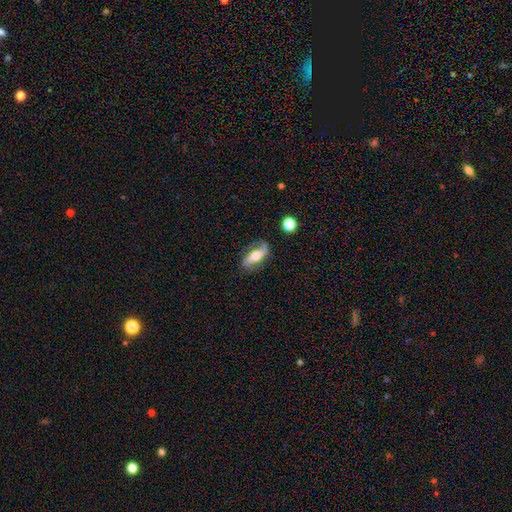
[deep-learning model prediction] Morphology: type=featured or disk (69%); edge-on=no (83%); bar=no (40%); spiral arms=yes (87%); bulge=moderate (65%); merging=none (67%).